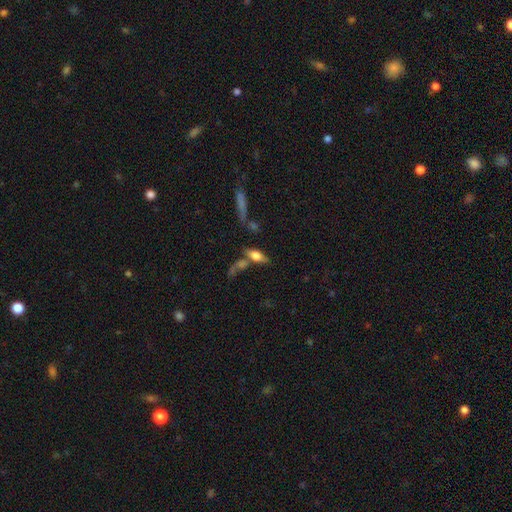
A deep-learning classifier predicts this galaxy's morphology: Smooth or featured: smooth — 57% (featured or disk — 33%)
How rounded: in between — 68% (cigar-shaped — 27%)
Merging: none — 53% (merger — 24%)